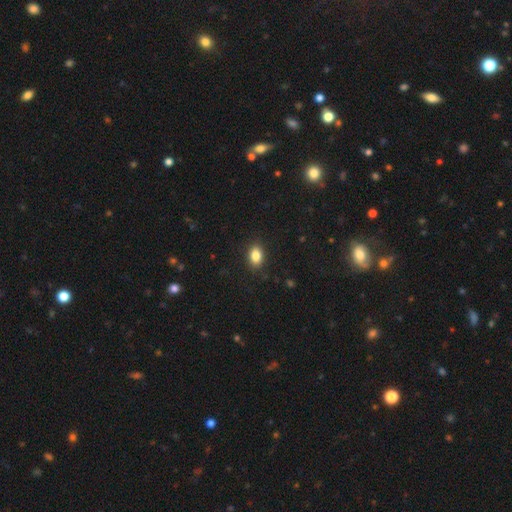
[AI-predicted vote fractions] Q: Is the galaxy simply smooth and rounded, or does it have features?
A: smooth — 85%.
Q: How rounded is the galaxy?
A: in between — 81%.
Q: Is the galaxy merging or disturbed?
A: none — 88%.